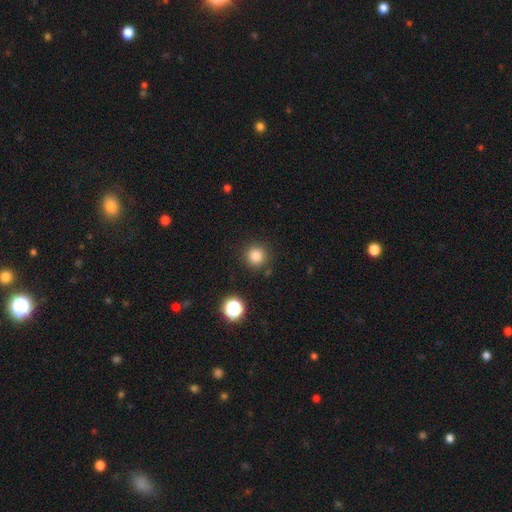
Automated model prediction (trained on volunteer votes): smooth-or-featured: smooth: 83% | star or artifact: 13% | featured or disk: 4%
  how-rounded: round: 94% | in between: 5% | cigar-shaped: 1%
  merging: none: 88% | minor disturbance: 7% | major disturbance: 3% | merger: 2%